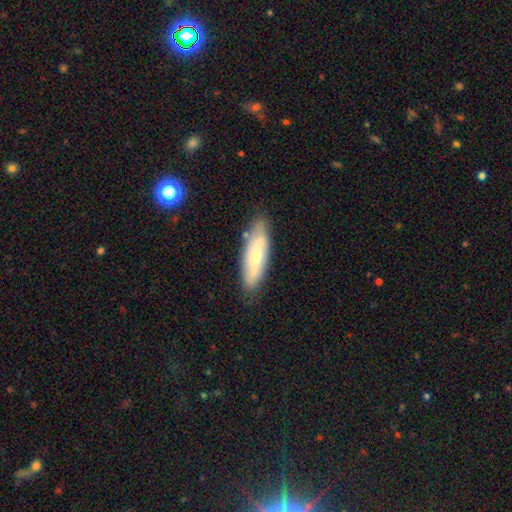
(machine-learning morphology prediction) smooth 53%, featured or disk 40%, star or artifact 7%. Down the decision tree: how rounded — cigar-shaped (56%); merging — none (80%).